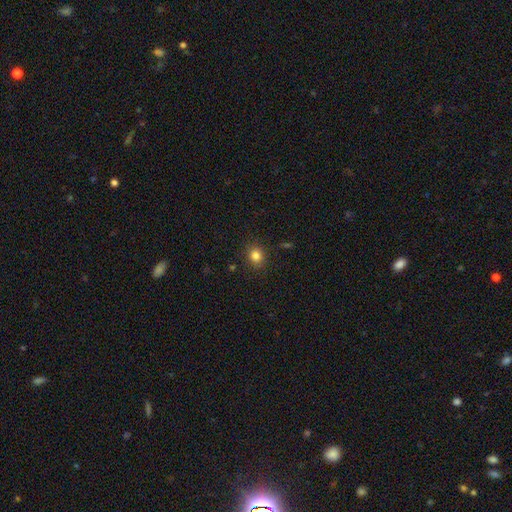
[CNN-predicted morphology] Q: Smooth or featured?
A: smooth (83%); runner-up: star or artifact (12%)
Q: How rounded?
A: round (75%); runner-up: in between (24%)
Q: Merging?
A: none (88%); runner-up: minor disturbance (8%)